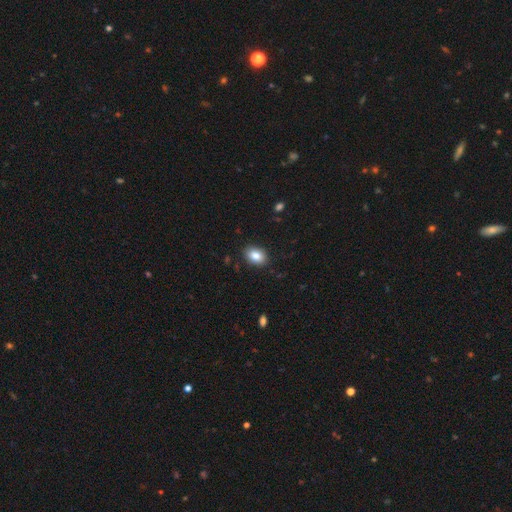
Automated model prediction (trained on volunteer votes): The model was most divided on "how rounded": in between: 80%, round: 19%, cigar-shaped: 1%. More confident: merging — none (89%); smooth or featured — smooth (85%).